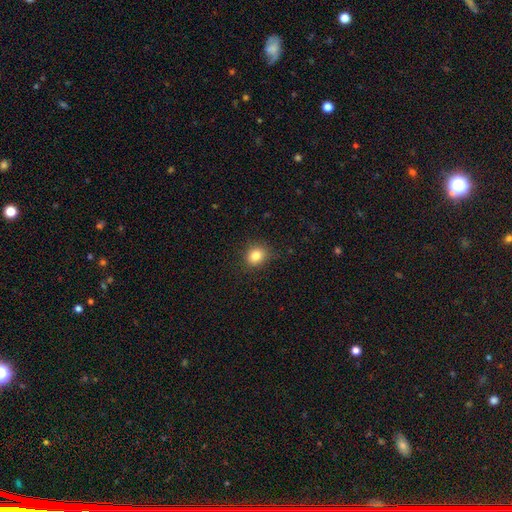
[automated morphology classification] Overall: smooth (83%). How rounded: round (72%). Merging: none (84%).